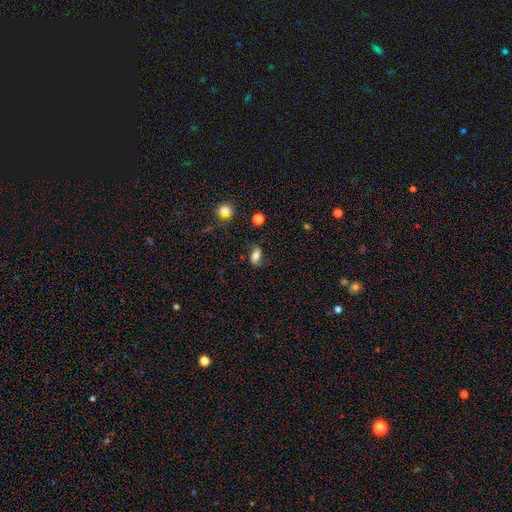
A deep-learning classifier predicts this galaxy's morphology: smooth_or_featured: smooth (p=0.65) [alt: featured or disk p=0.24]
how_rounded: in between (p=0.83) [alt: round p=0.11]
merging: none (p=0.62) [alt: minor disturbance p=0.25]